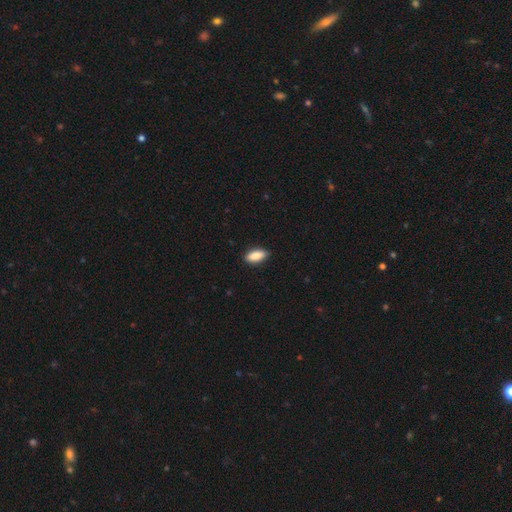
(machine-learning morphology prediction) The model was most divided on "merging": none: 86%, minor disturbance: 12%, major disturbance: 2%, merger: 1%. More confident: smooth or featured — smooth (88%); how rounded — in between (87%).